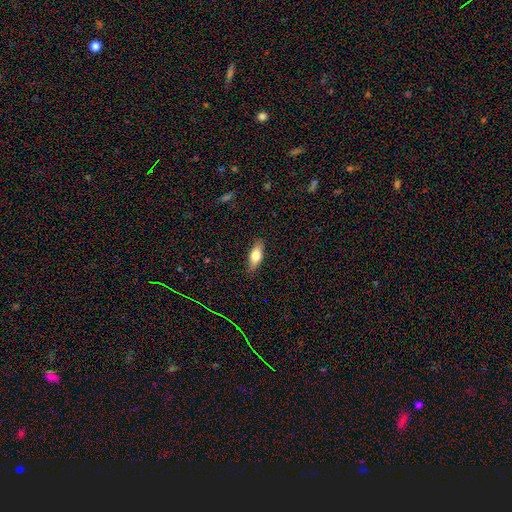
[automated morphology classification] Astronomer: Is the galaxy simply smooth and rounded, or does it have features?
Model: smooth — 73%.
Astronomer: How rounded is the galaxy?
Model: in between — 73%.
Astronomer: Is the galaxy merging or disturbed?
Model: none — 87%.